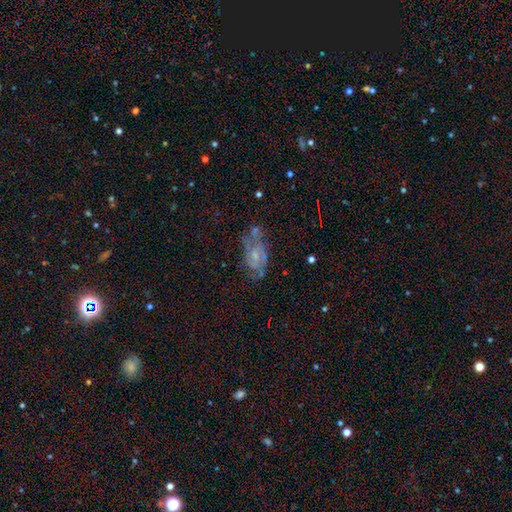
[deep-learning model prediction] Smooth or featured?
  - featured or disk: 66% *
  - smooth: 20%
  - star or artifact: 14%
Edge-on disk?
  - no: 95% *
  - yes: 5%
Bar?
  - no: 54% *
  - weak: 38%
  - strong: 8%
Spiral arms?
  - yes: 83% *
  - no: 17%
Spiral winding?
  - medium: 45% *
  - tight: 39%
  - loose: 17%
Spiral arm count?
  - 2: 58% *
  - can't tell: 25%
  - 3: 8%
  - 1: 4%
  - 4: 3%
  - more than 4: 3%
Bulge size?
  - small: 54% *
  - moderate: 30%
  - none: 12%
  - large: 3%
  - dominant: 1%
Merging?
  - none: 51% *
  - minor disturbance: 24%
  - major disturbance: 16%
  - merger: 9%